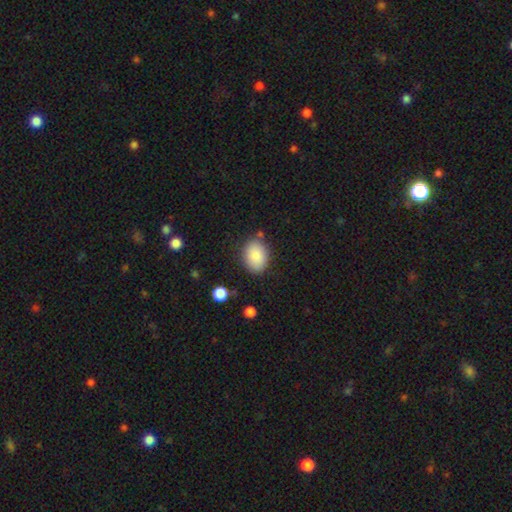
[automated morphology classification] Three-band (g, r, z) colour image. It shows a smooth galaxy with no disk features (86%) that is in between round and cigar-shaped (75%). Merging: none (80%).